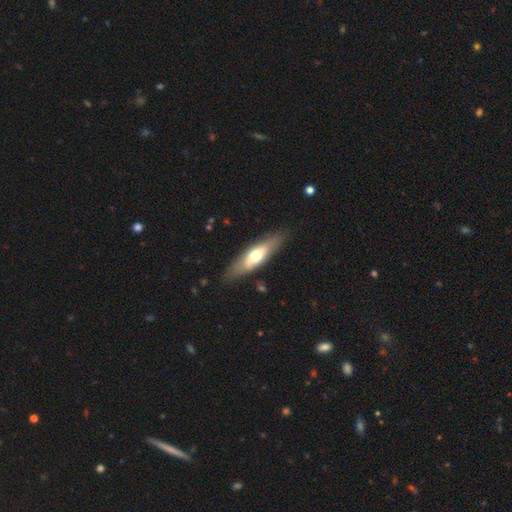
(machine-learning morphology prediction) Q: Smooth or featured?
A: smooth (52%); runner-up: featured or disk (43%)
Q: How rounded?
A: cigar-shaped (53%); runner-up: in between (45%)
Q: Merging?
A: none (82%); runner-up: minor disturbance (13%)